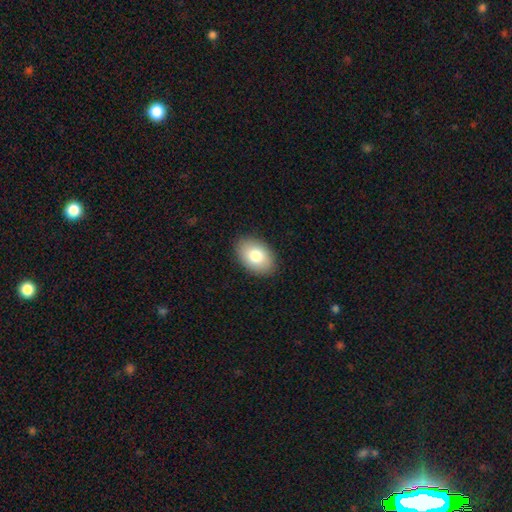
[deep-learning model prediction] This is clearly a smooth galaxy (80%). How rounded: clearly in between (87%). Merging: clearly none (89%).